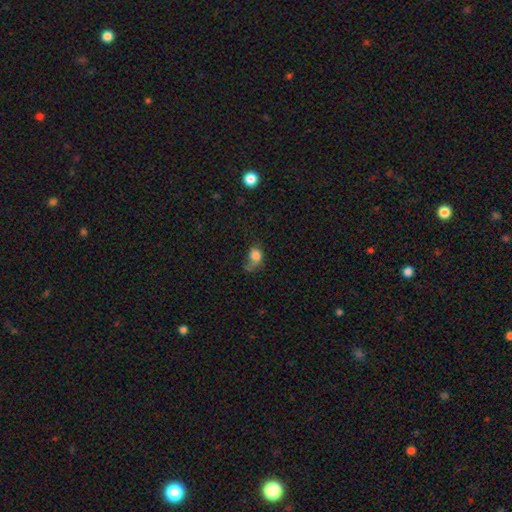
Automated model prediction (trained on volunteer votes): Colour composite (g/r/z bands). It shows a smooth galaxy with no disk features (78%) that is in between round and cigar-shaped (58%). Merging: major disturbance (37%).